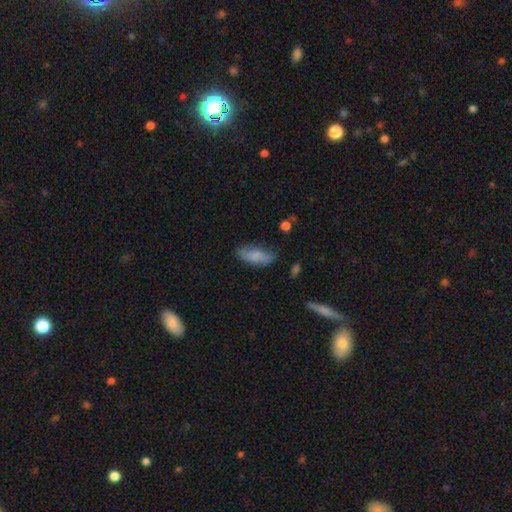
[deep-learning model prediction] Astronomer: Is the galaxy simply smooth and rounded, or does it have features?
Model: smooth — 73%.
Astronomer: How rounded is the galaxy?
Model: in between — 81%.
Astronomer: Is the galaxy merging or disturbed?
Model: none — 66%.